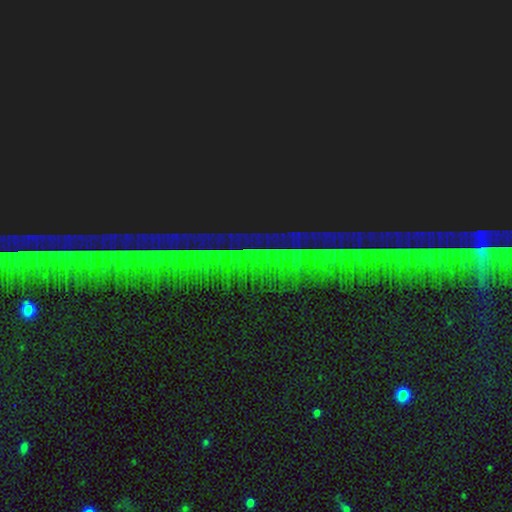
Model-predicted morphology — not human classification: Smooth or featured? star or artifact (87%)